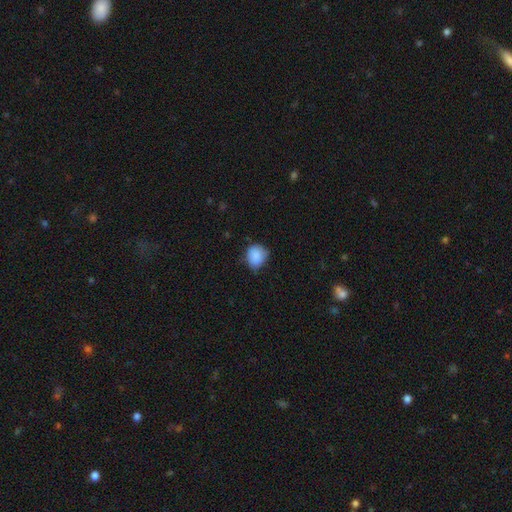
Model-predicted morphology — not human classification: Smooth or featured: smooth — 86% (star or artifact — 8%)
How rounded: round — 71% (in between — 28%)
Merging: none — 64% (minor disturbance — 30%)